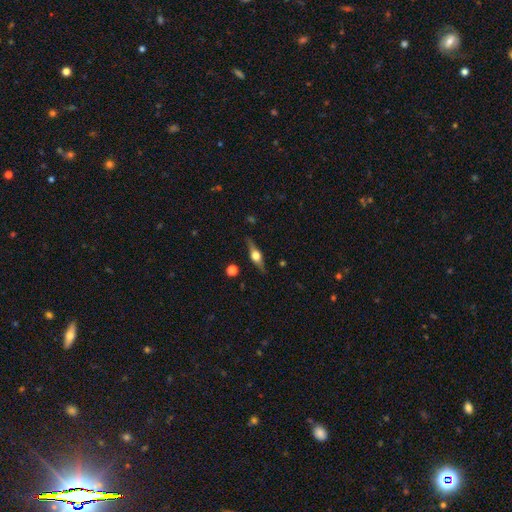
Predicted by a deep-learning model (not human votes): smooth_or_featured: featured or disk (p=0.73) [alt: smooth p=0.21]
disk_edge_on: yes (p=0.96) [alt: no p=0.04]
edge_on_bulge: rounded (p=0.94) [alt: boxy p=0.04]
merging: none (p=0.86) [alt: minor disturbance p=0.10]